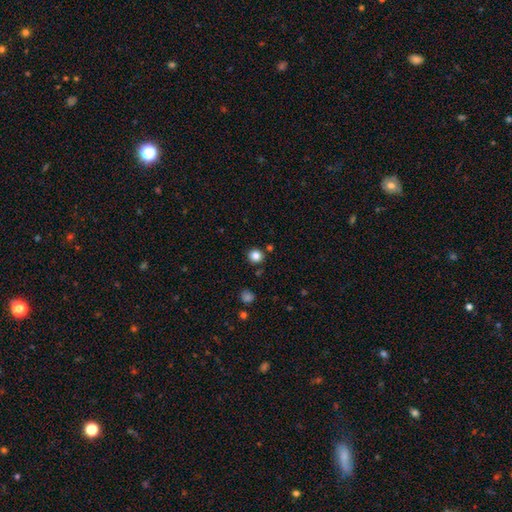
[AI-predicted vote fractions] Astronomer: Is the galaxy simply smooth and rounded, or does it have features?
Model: smooth — 84%.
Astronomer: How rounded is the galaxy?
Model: round — 92%.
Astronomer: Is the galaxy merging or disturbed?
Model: none — 87%.